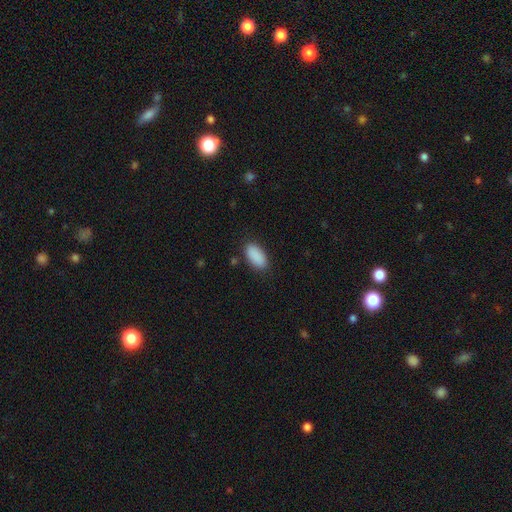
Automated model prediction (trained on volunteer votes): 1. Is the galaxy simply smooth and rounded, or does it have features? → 90% smooth, 7% star or artifact, 3% featured or disk.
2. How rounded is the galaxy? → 93% in between, 5% cigar-shaped, 2% round.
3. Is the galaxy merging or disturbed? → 87% none, 10% minor disturbance, 2% major disturbance, 1% merger.